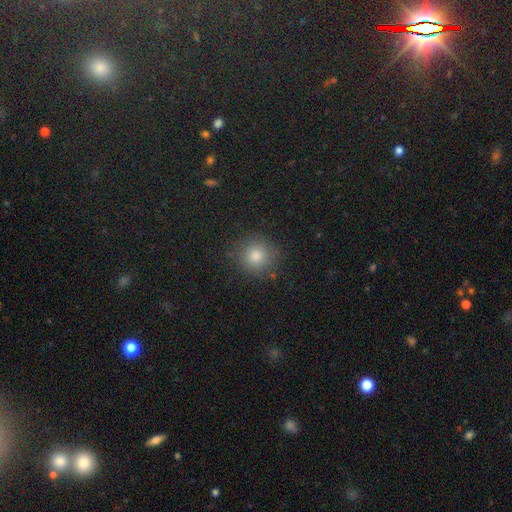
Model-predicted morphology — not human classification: Smooth or featured: smooth — 79% (star or artifact — 14%)
How rounded: round — 93% (in between — 6%)
Merging: none — 87% (minor disturbance — 9%)